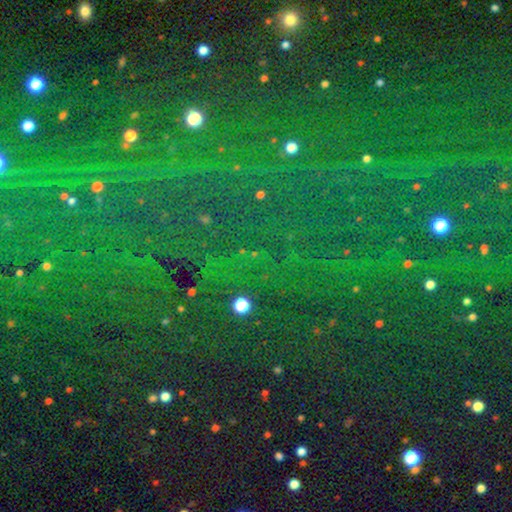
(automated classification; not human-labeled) A star or artifact, not a galaxy (84%).